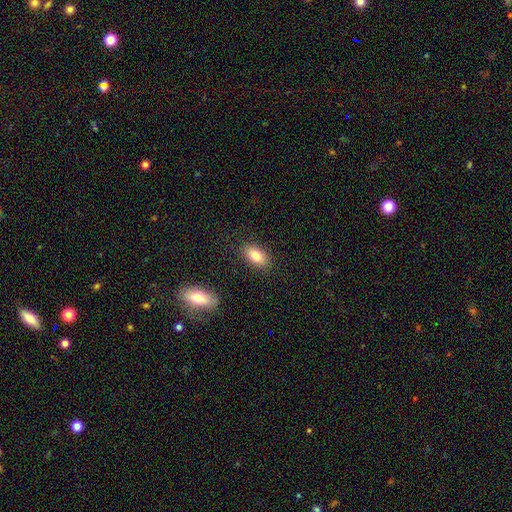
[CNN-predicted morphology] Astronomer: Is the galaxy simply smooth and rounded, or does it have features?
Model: smooth — 82%.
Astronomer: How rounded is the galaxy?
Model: in between — 90%.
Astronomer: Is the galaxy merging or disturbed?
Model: none — 86%.